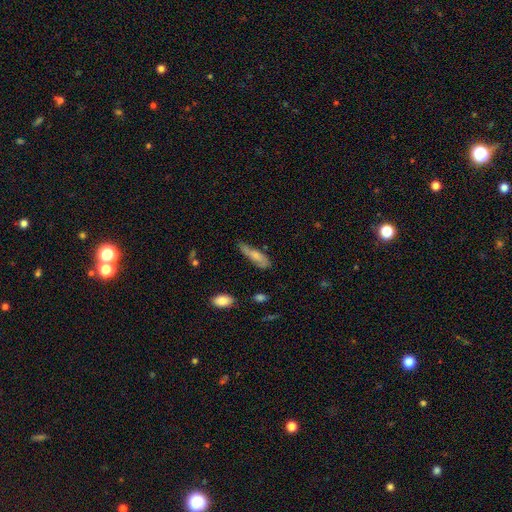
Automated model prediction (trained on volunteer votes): smooth-or-featured: smooth: 64% | featured or disk: 29% | star or artifact: 7%
  how-rounded: cigar-shaped: 55% | in between: 42% | round: 2%
  merging: none: 49% | minor disturbance: 35% | major disturbance: 12% | merger: 4%